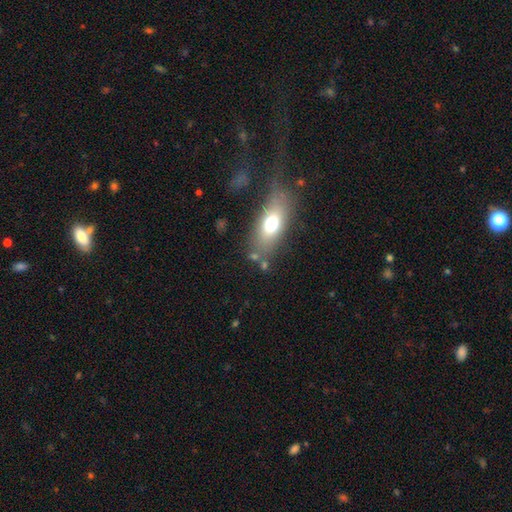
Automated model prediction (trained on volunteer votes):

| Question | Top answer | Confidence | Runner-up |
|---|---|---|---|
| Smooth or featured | smooth | 63% | featured or disk (25%) |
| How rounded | in between | 74% | cigar-shaped (18%) |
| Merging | none | 65% | minor disturbance (18%) |